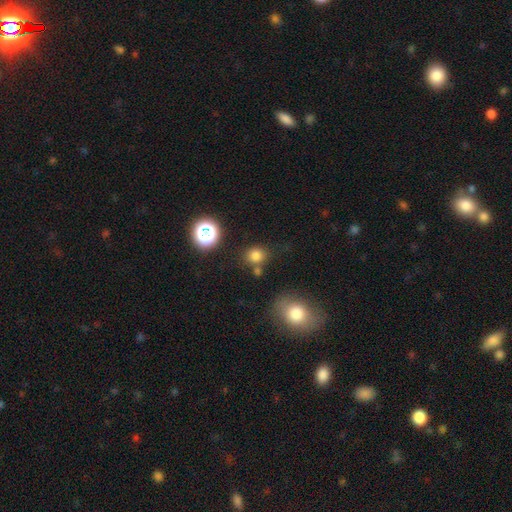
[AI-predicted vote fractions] A smooth galaxy with no disk features (76%) that is round (80%). Merging: none (72%).